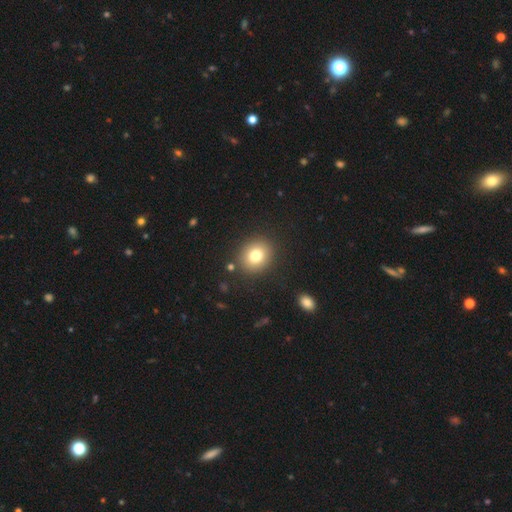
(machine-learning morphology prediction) smooth_or_featured: smooth (p=0.78) [alt: star or artifact p=0.11]
how_rounded: round (p=0.70) [alt: in between p=0.29]
merging: none (p=0.87) [alt: minor disturbance p=0.08]